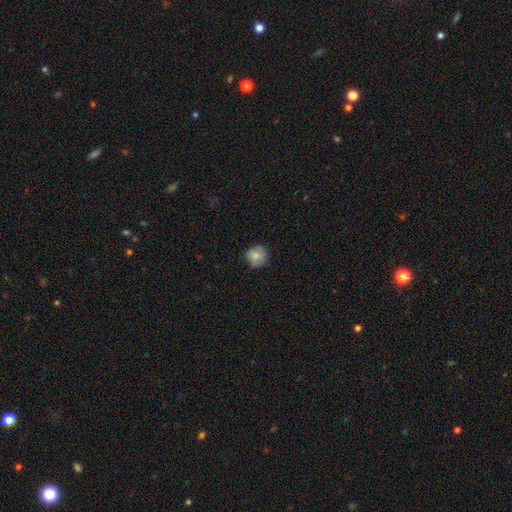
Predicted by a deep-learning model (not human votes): Smooth or featured?
  - smooth: 84% *
  - star or artifact: 9%
  - featured or disk: 8%
How rounded?
  - round: 90% *
  - in between: 9%
  - cigar-shaped: 1%
Merging?
  - none: 81% *
  - minor disturbance: 15%
  - major disturbance: 3%
  - merger: 1%